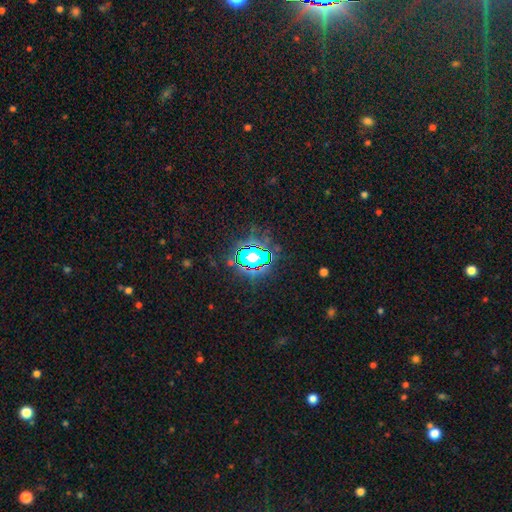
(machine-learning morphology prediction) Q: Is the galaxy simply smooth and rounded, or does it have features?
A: star or artifact — 63%.